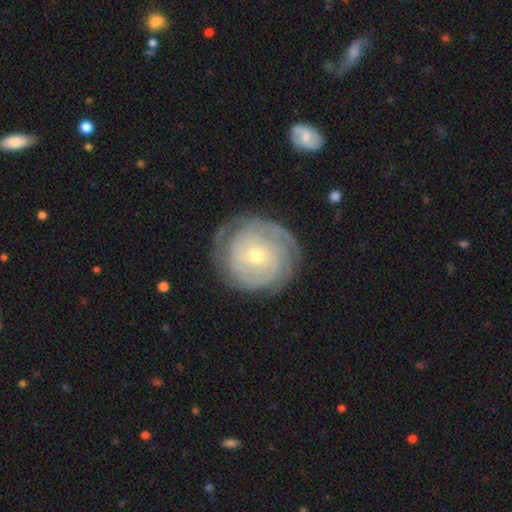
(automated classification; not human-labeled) Smooth or featured? featured or disk (86%)
Edge-on disk? no (97%)
Bar? no (72%)
Spiral arms? yes (96%)
Spiral winding? tight (85%)
Spiral arm count? can't tell (30%)
Bulge size? small (64%)
Merging? none (79%)